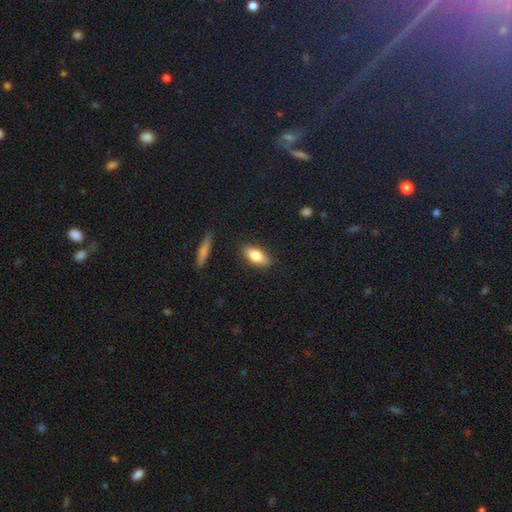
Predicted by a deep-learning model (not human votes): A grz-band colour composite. It shows a smooth galaxy with no disk features (77%) that is in between round and cigar-shaped (80%). Merging: none (84%).